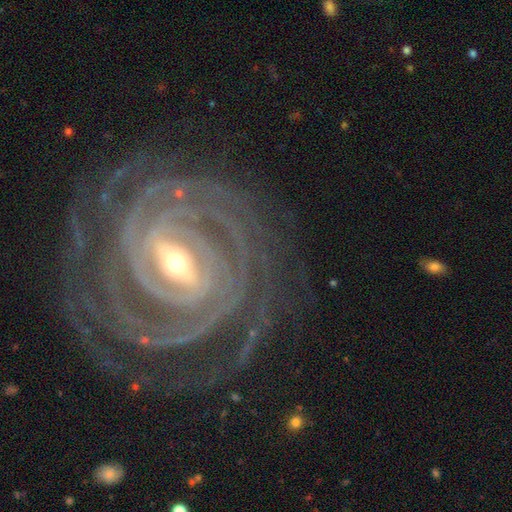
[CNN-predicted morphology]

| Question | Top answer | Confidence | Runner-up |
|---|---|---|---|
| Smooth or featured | featured or disk | 93% | star or artifact (4%) |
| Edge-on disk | no | 96% | yes (4%) |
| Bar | strong | 68% | weak (25%) |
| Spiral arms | yes | 99% | no (1%) |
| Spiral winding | tight | 87% | medium (11%) |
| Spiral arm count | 4 | 25% | more than 4 (19%) |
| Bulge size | small | 49% | moderate (47%) |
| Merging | none | 80% | minor disturbance (12%) |